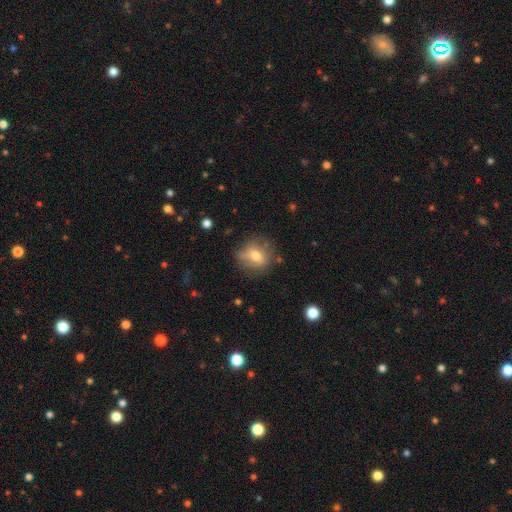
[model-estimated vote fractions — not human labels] A smooth galaxy with no disk features (59%) that is round (72%).

Vote fractions:
- Smooth or featured? smooth: 59% / featured or disk: 30% / star or artifact: 11%
- How rounded? round: 72% / in between: 26% / cigar-shaped: 2%
- Merging? none: 69% / minor disturbance: 21% / major disturbance: 7% / merger: 3%